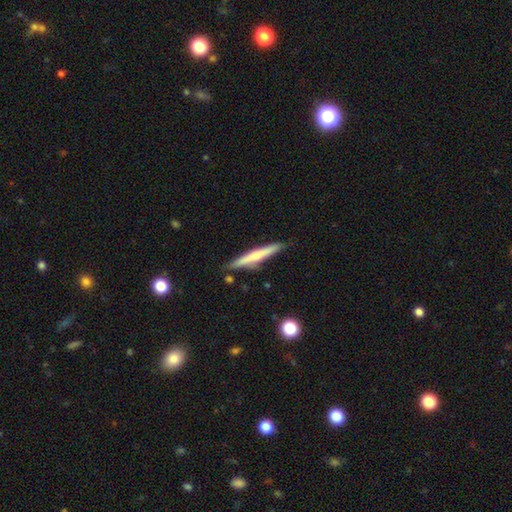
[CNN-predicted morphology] The model was most divided on "smooth or featured": featured or disk: 48%, smooth: 46%, star or artifact: 6%. More confident: merging — none (84%).